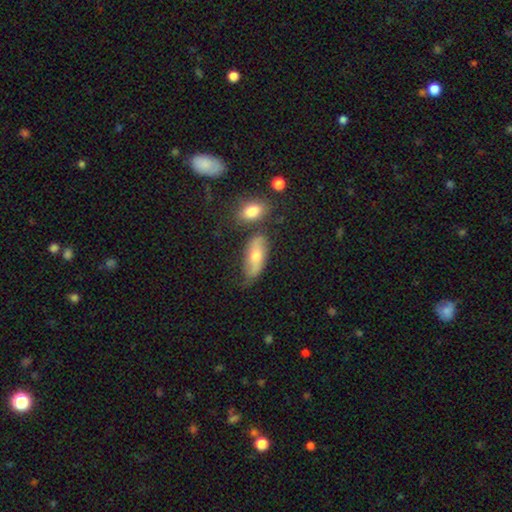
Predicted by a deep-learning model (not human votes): Q: Smooth or featured?
A: smooth (55%); runner-up: featured or disk (36%)
Q: How rounded?
A: in between (80%); runner-up: cigar-shaped (16%)
Q: Merging?
A: none (57%); runner-up: minor disturbance (25%)